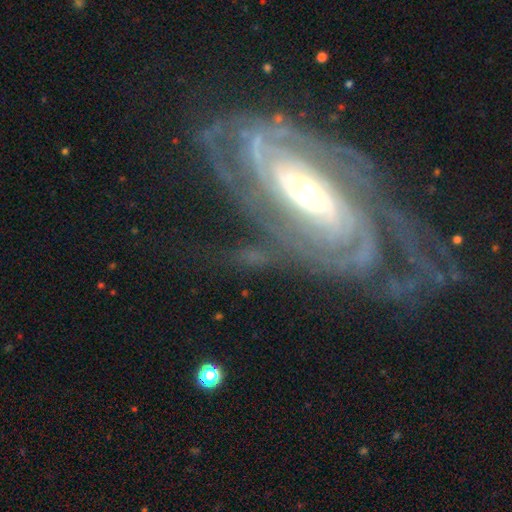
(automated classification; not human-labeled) This appears to be a featured or disk galaxy (87%) with no bar (52%), tight (73%) spiral arms (96%) and a moderate central bulge (58%). Merging: none (70%).